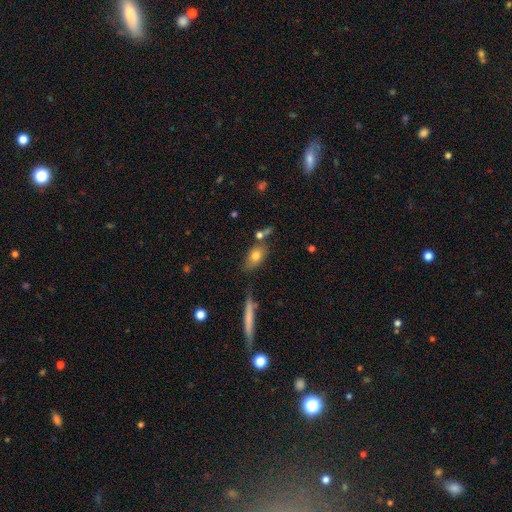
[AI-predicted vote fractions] Overall: smooth (74%). How rounded: in between (78%). Merging: none (62%).